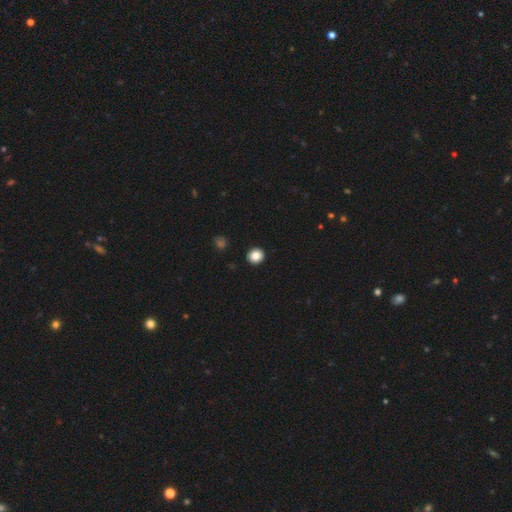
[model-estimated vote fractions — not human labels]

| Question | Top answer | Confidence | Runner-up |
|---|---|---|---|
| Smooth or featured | smooth | 86% | star or artifact (10%) |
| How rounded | round | 89% | in between (10%) |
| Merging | none | 93% | minor disturbance (4%) |